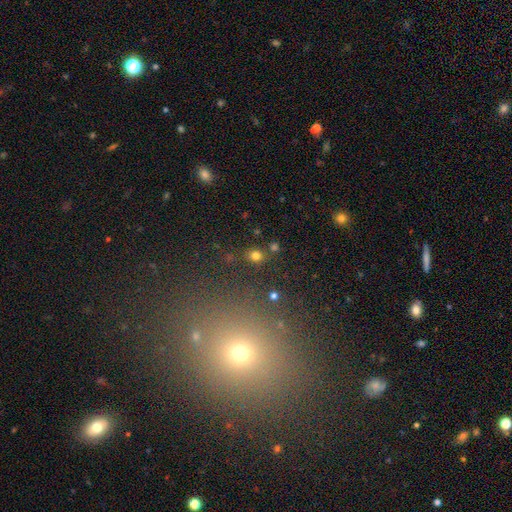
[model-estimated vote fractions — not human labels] smooth 76%, star or artifact 18%, featured or disk 6%. Down the decision tree: how rounded — round (75%); merging — none (81%).